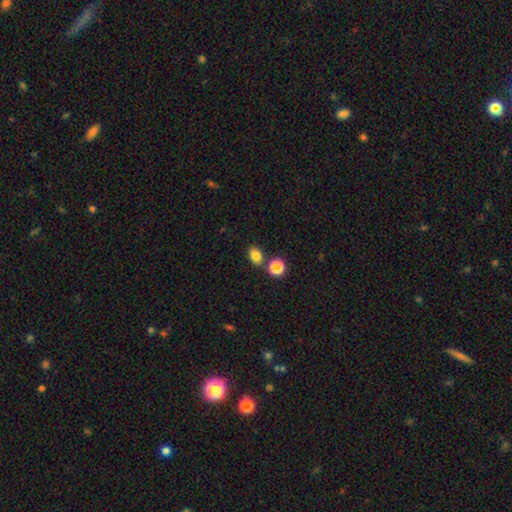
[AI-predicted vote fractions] smooth 83%, star or artifact 12%, featured or disk 5%. Down the decision tree: how rounded — in between (68%); merging — none (76%).